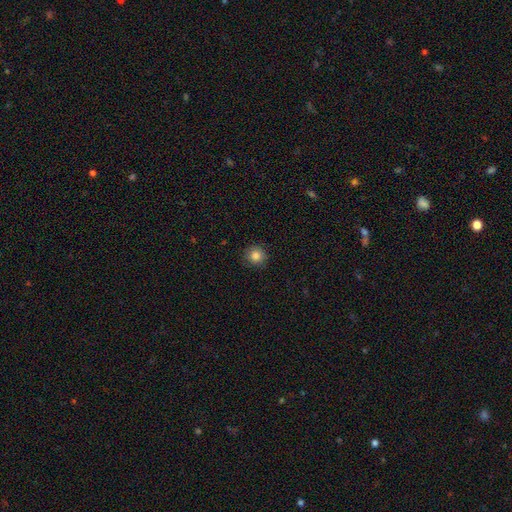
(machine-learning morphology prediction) This is clearly a smooth galaxy (84%). How rounded: clearly round (94%). Merging: clearly none (89%).